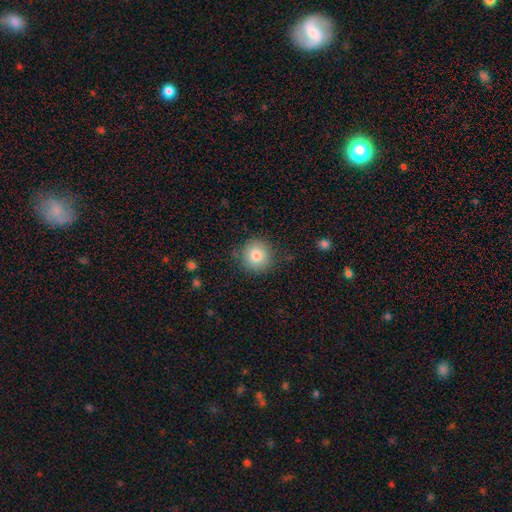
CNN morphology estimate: A smooth galaxy with no disk features (81%) that is round (93%).

Vote fractions:
- Smooth or featured? smooth: 81% / star or artifact: 10% / featured or disk: 9%
- How rounded? round: 93% / in between: 6% / cigar-shaped: 1%
- Merging? none: 85% / minor disturbance: 10% / major disturbance: 3% / merger: 2%